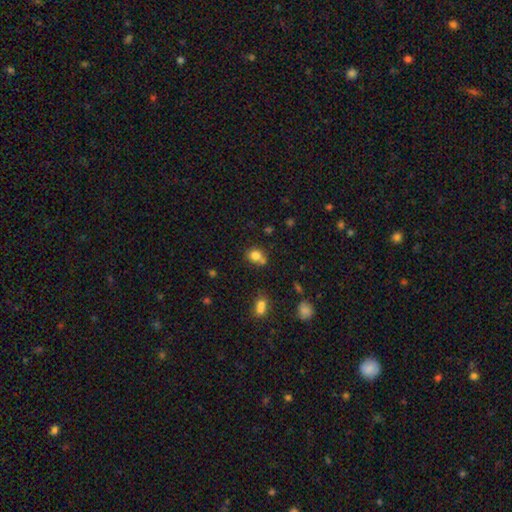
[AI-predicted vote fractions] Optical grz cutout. It shows a smooth galaxy with no disk features (79%) that is round (74%). Merging: none (52%).